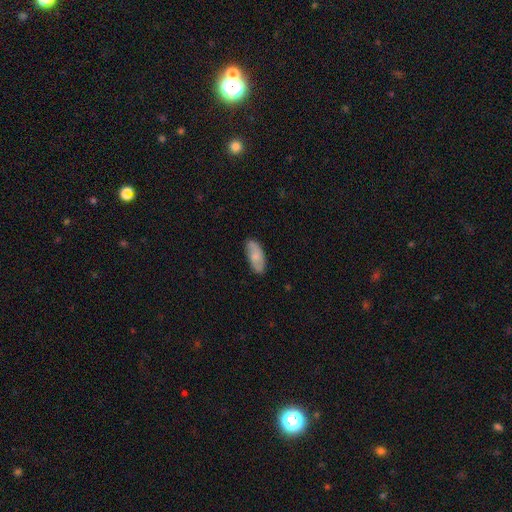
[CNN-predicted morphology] Overall: smooth (74%). How rounded: in between (83%). Merging: none (81%).